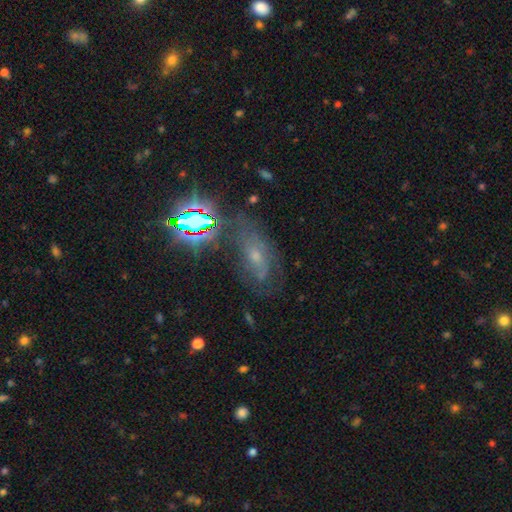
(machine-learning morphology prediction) smooth_or_featured: featured or disk (p=0.40) [alt: star or artifact p=0.39]
merging: none (p=0.60) [alt: minor disturbance p=0.21]